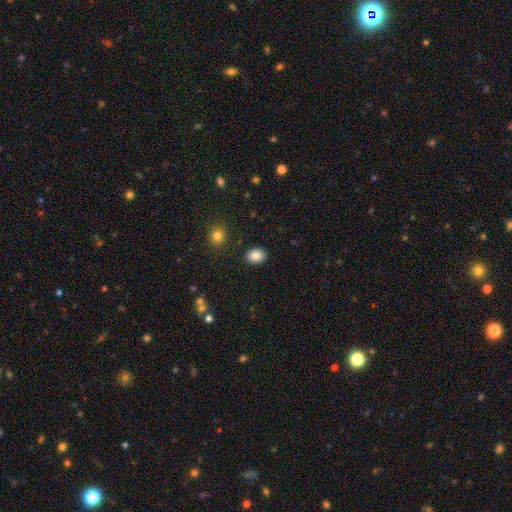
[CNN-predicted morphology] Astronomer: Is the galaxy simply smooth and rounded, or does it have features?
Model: smooth — 86%.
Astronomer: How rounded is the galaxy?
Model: in between — 59% (runner-up: round, 40%).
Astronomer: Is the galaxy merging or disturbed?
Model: none — 89%.